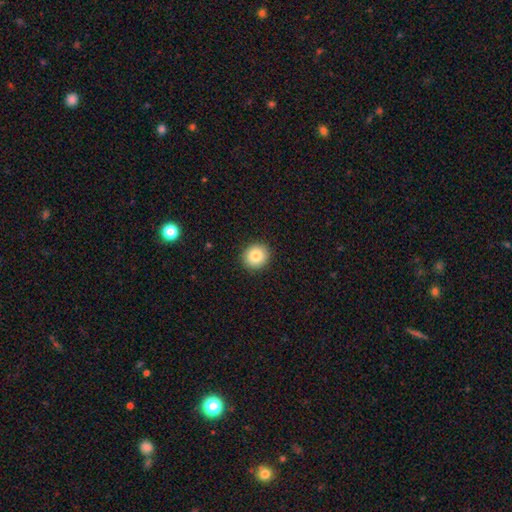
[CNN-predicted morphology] Smooth or featured? Predicted: smooth (p=0.84). How rounded? Predicted: round (p=0.89). Merging? Predicted: none (p=0.92).